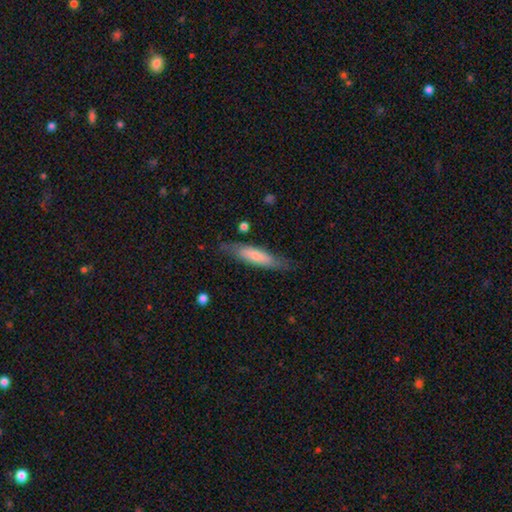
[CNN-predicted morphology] A smooth galaxy with no disk features (70%) that is cigar-shaped (74%).

Vote fractions:
- Smooth or featured? smooth: 70% / featured or disk: 25% / star or artifact: 5%
- How rounded? cigar-shaped: 74% / in between: 24% / round: 1%
- Merging? none: 76% / minor disturbance: 17% / major disturbance: 4% / merger: 2%